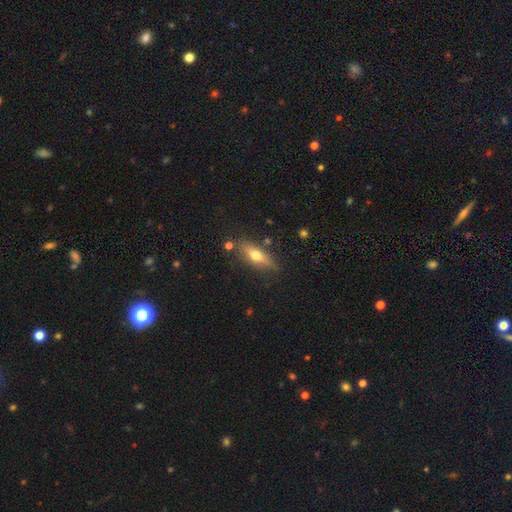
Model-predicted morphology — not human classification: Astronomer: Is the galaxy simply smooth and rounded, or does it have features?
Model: featured or disk — 49% (runner-up: smooth, 43%).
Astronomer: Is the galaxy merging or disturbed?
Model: none — 80%.